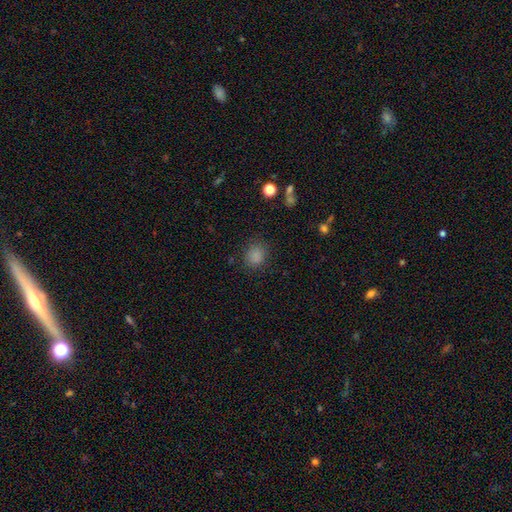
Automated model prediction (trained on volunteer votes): smooth_or_featured: smooth (p=0.83) [alt: star or artifact p=0.13]
how_rounded: round (p=0.66) [alt: in between p=0.33]
merging: none (p=0.83) [alt: minor disturbance p=0.12]